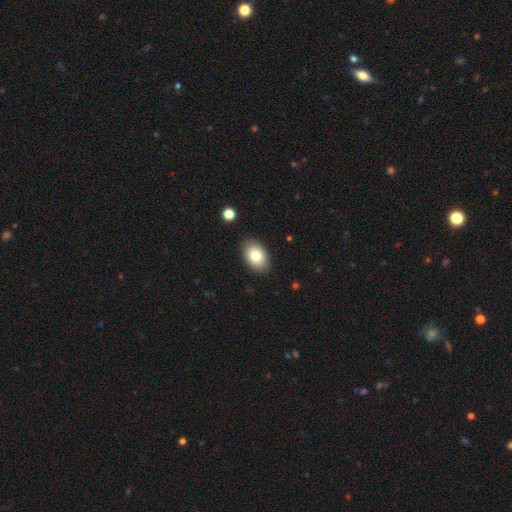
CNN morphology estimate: Smooth or featured? smooth (80%)
How rounded? in between (87%)
Merging? none (87%)